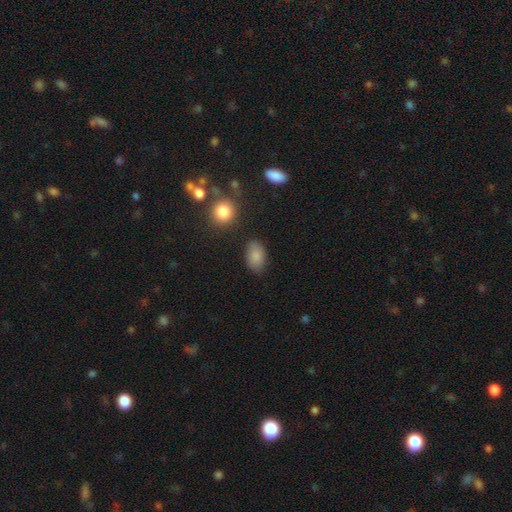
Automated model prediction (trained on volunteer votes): Smooth or featured? smooth (85%)
How rounded? in between (88%)
Merging? none (78%)